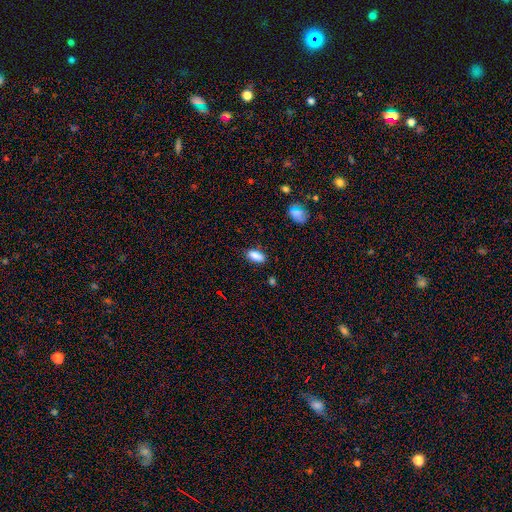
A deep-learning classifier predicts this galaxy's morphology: Smooth or featured: smooth — 87% (star or artifact — 8%)
How rounded: in between — 88% (cigar-shaped — 9%)
Merging: none — 82% (minor disturbance — 14%)